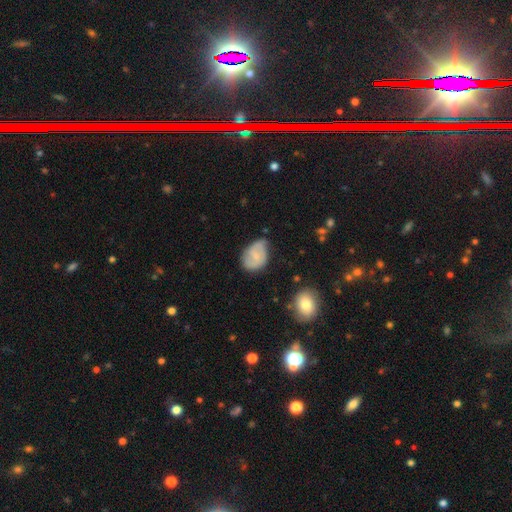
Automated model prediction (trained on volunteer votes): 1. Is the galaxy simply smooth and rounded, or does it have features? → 50% smooth, 43% featured or disk, 7% star or artifact.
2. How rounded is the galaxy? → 71% in between, 28% round, 1% cigar-shaped.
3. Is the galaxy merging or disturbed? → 51% none, 35% minor disturbance, 10% major disturbance, 3% merger.